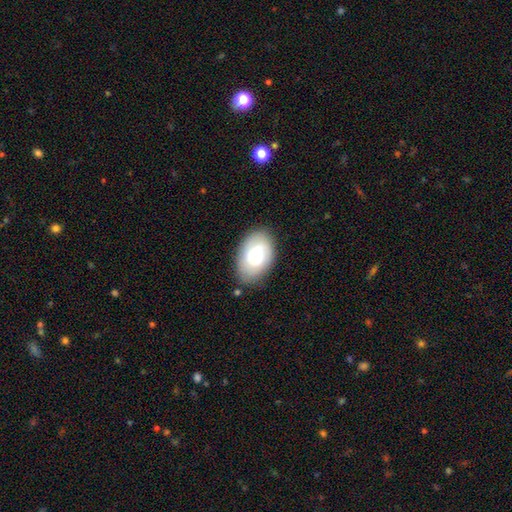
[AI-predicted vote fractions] A smooth galaxy with no disk features (61%) that is in between round and cigar-shaped (88%).

Vote fractions:
- Smooth or featured? smooth: 61% / featured or disk: 32% / star or artifact: 7%
- How rounded? in between: 88% / round: 10% / cigar-shaped: 1%
- Merging? none: 77% / minor disturbance: 17% / major disturbance: 4% / merger: 2%